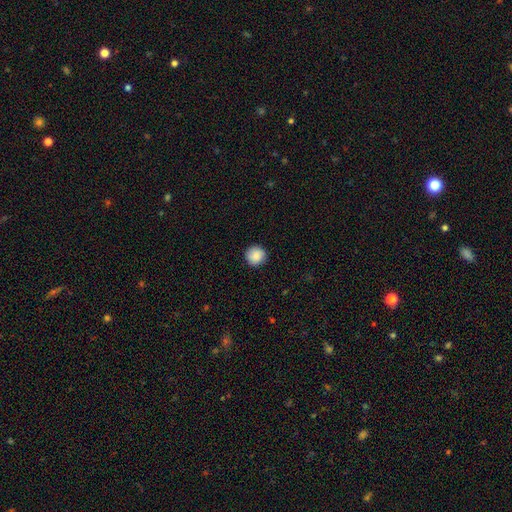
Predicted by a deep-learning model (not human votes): smooth-or-featured: smooth: 87% | star or artifact: 8% | featured or disk: 5%
  how-rounded: round: 95% | in between: 4% | cigar-shaped: 1%
  merging: none: 91% | minor disturbance: 7% | major disturbance: 2% | merger: 1%